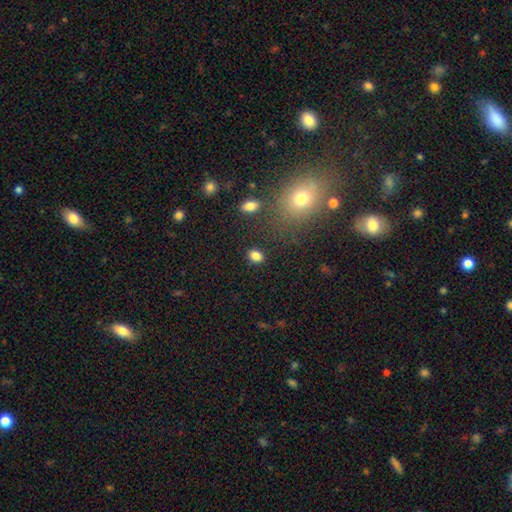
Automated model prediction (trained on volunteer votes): The model was most divided on "how rounded": in between: 65%, round: 34%, cigar-shaped: 1%. More confident: merging — none (86%); smooth or featured — smooth (84%).